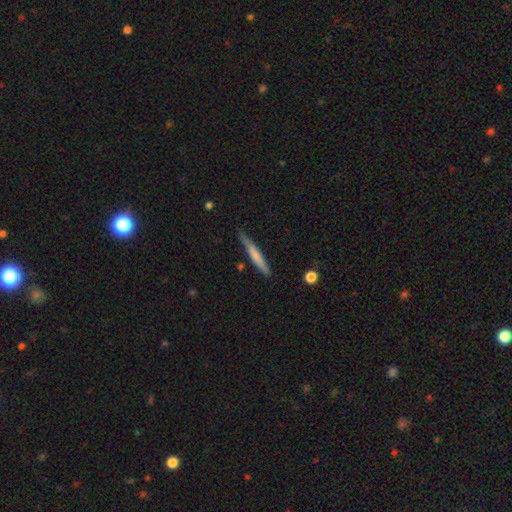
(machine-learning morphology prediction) Smooth or featured? smooth (62%)
How rounded? cigar-shaped (95%)
Merging? none (81%)